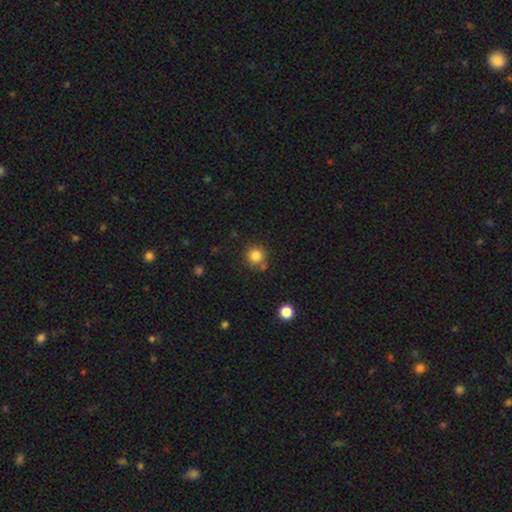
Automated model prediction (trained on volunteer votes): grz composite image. It shows a smooth galaxy with no disk features (83%) that is round (93%). Merging: none (79%).